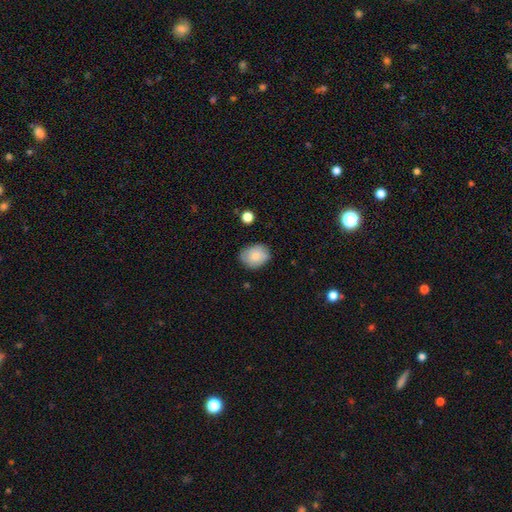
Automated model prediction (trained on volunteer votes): Smooth or featured?
  - smooth: 82% *
  - featured or disk: 11%
  - star or artifact: 7%
How rounded?
  - in between: 58% *
  - round: 41%
  - cigar-shaped: 1%
Merging?
  - none: 77% *
  - minor disturbance: 18%
  - major disturbance: 4%
  - merger: 2%